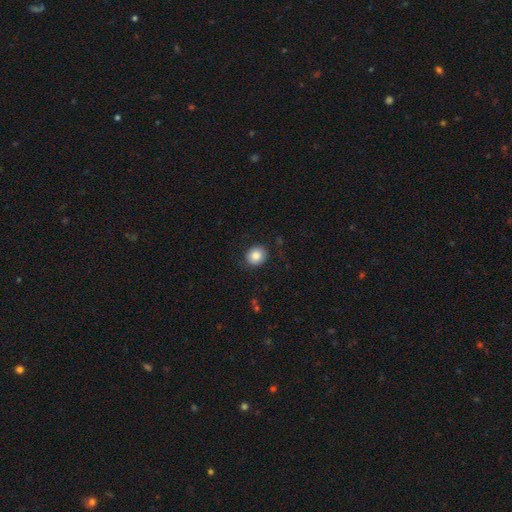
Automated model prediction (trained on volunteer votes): smooth-or-featured: smooth: 85% | star or artifact: 9% | featured or disk: 6%
  how-rounded: round: 80% | in between: 19% | cigar-shaped: 1%
  merging: none: 86% | minor disturbance: 10% | major disturbance: 3% | merger: 1%